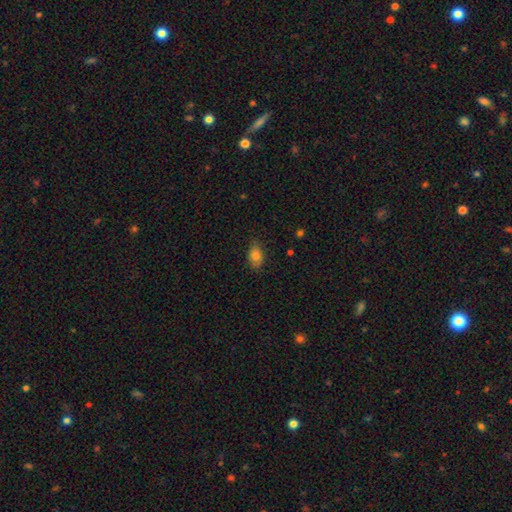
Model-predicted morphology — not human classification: Smooth or featured? Predicted: smooth (p=0.83). How rounded? Predicted: in between (p=0.86). Merging? Predicted: none (p=0.81).